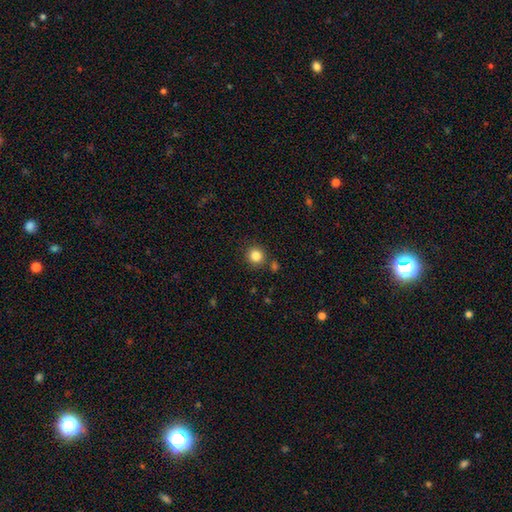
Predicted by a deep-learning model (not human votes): A smooth galaxy with no disk features (84%) that is round (90%).

Vote fractions:
- Smooth or featured? smooth: 84% / star or artifact: 11% / featured or disk: 5%
- How rounded? round: 90% / in between: 9% / cigar-shaped: 1%
- Merging? none: 84% / minor disturbance: 8% / merger: 6% / major disturbance: 3%